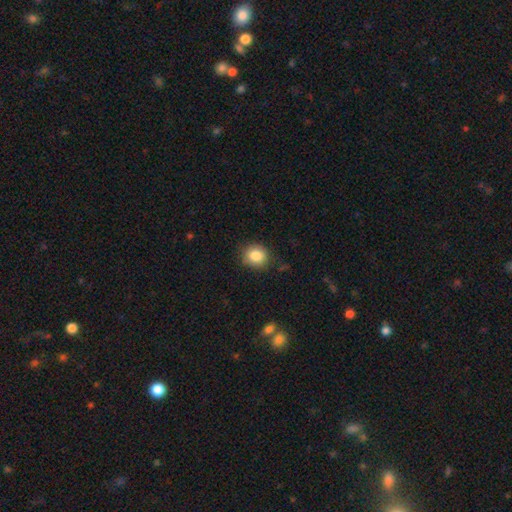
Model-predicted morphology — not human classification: Smooth or featured: smooth — 85% (star or artifact — 9%)
How rounded: round — 77% (in between — 22%)
Merging: none — 83% (minor disturbance — 12%)